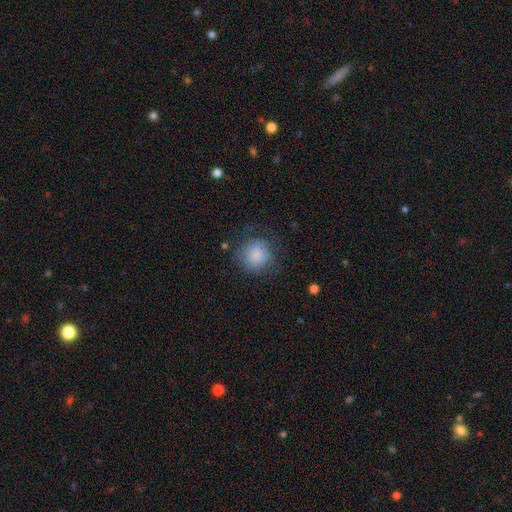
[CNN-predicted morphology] Smooth or featured? Predicted: smooth (p=0.78). How rounded? Predicted: round (p=0.90). Merging? Predicted: none (p=0.70).